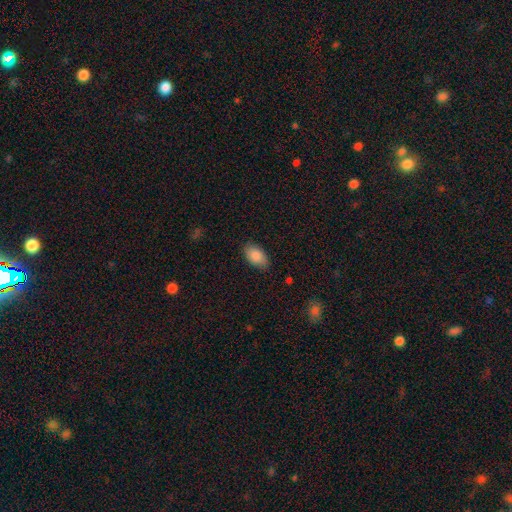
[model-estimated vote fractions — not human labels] Smooth or featured?
  - smooth: 88% *
  - star or artifact: 7%
  - featured or disk: 5%
How rounded?
  - in between: 93% *
  - round: 5%
  - cigar-shaped: 2%
Merging?
  - none: 82% *
  - minor disturbance: 13%
  - major disturbance: 3%
  - merger: 1%